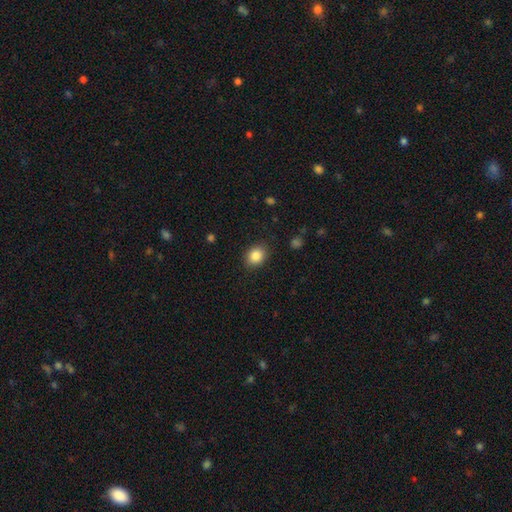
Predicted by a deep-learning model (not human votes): Overall: smooth (86%). How rounded: round (53%; in between 46%). Merging: none (87%).